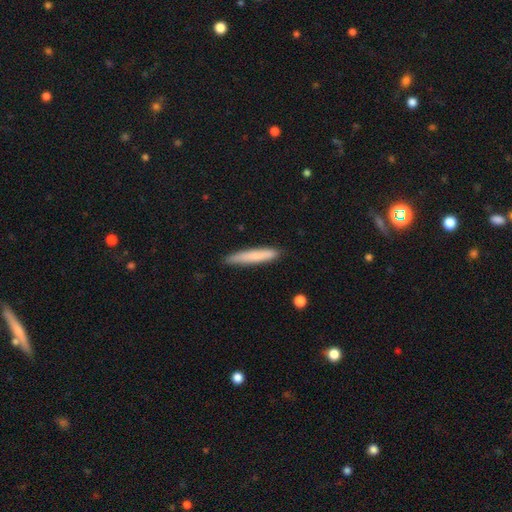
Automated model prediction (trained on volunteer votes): Smooth or featured?
  - smooth: 79% *
  - featured or disk: 16%
  - star or artifact: 6%
How rounded?
  - cigar-shaped: 93% *
  - in between: 5%
  - round: 1%
Merging?
  - none: 86% *
  - minor disturbance: 11%
  - major disturbance: 2%
  - merger: 1%